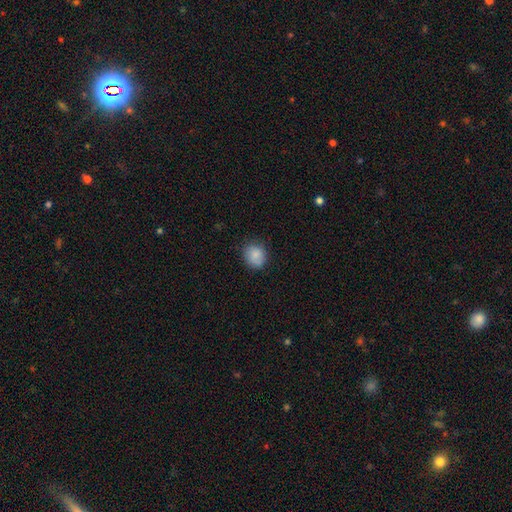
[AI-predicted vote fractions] Smooth or featured: smooth — 84% (star or artifact — 8%)
How rounded: round — 76% (in between — 23%)
Merging: none — 76% (minor disturbance — 18%)